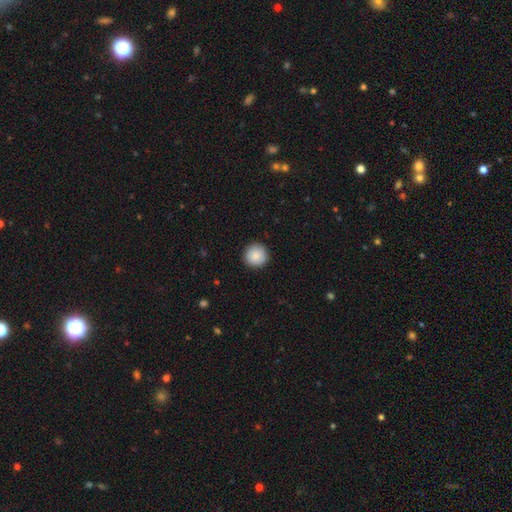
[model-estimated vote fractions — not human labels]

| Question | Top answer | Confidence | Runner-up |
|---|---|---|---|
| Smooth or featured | smooth | 87% | star or artifact (7%) |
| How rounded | round | 96% | in between (3%) |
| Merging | none | 92% | minor disturbance (6%) |